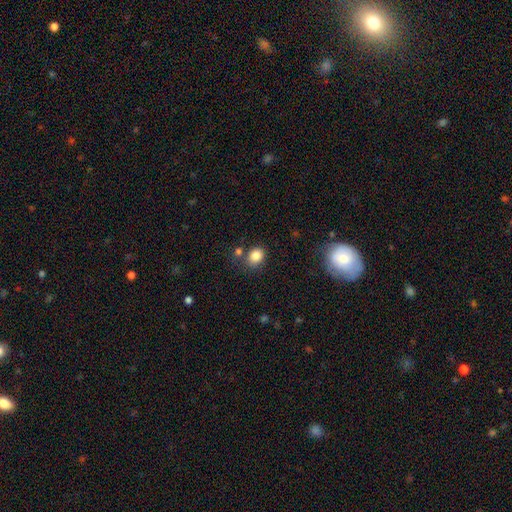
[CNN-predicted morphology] This is clearly a smooth galaxy (84%). How rounded: possibly round (51%). Merging: likely none (70%).